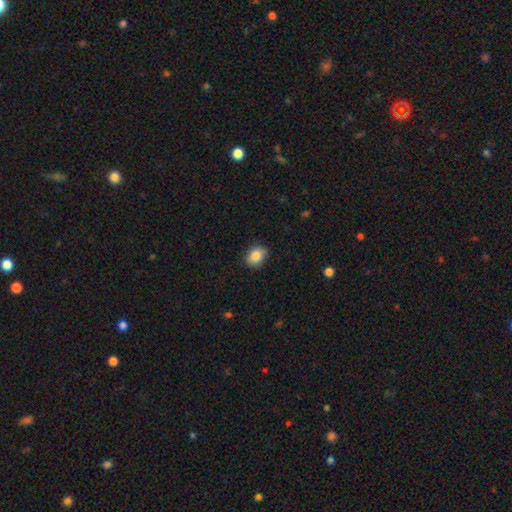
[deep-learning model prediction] smooth-or-featured: smooth: 87% | star or artifact: 8% | featured or disk: 5%
  how-rounded: in between: 55% | round: 44% | cigar-shaped: 1%
  merging: none: 84% | minor disturbance: 12% | major disturbance: 3% | merger: 1%